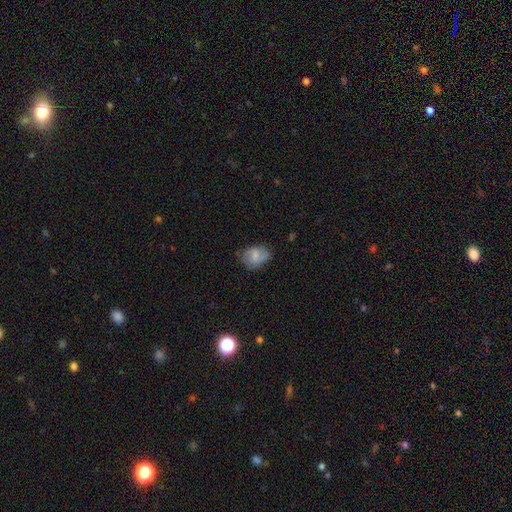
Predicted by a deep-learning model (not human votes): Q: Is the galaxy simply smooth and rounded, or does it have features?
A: smooth — 52%.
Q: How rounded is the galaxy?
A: in between — 67%.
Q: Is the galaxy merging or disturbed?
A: none — 65%.